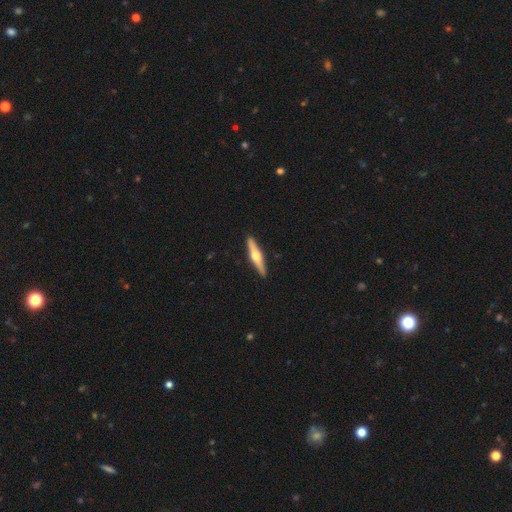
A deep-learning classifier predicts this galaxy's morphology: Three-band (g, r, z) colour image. It shows a featured or disk galaxy (66%) viewed edge-on (97%) with a rounded central bulge (95%). Merging: none (92%).